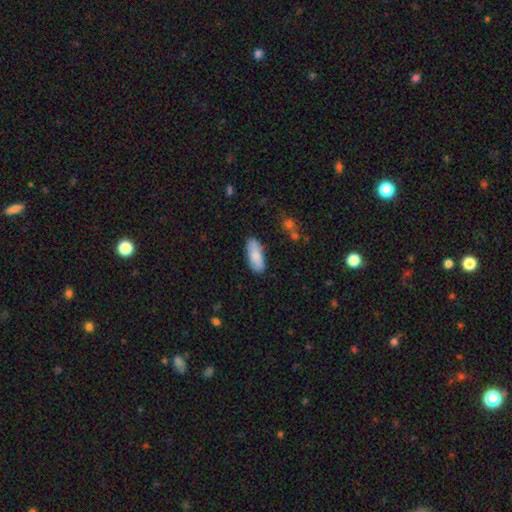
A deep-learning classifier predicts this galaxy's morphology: Smooth or featured?
  - smooth: 84% *
  - featured or disk: 10%
  - star or artifact: 6%
How rounded?
  - in between: 79% *
  - cigar-shaped: 19%
  - round: 2%
Merging?
  - none: 84% *
  - minor disturbance: 12%
  - major disturbance: 2%
  - merger: 2%